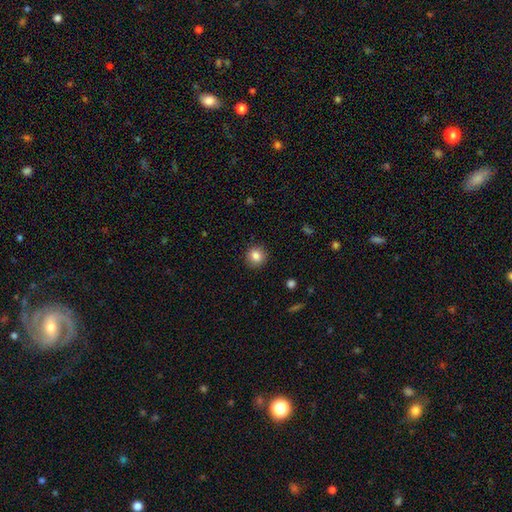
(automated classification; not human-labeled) A smooth galaxy with no disk features (84%) that is round (89%). Merging: none (90%).